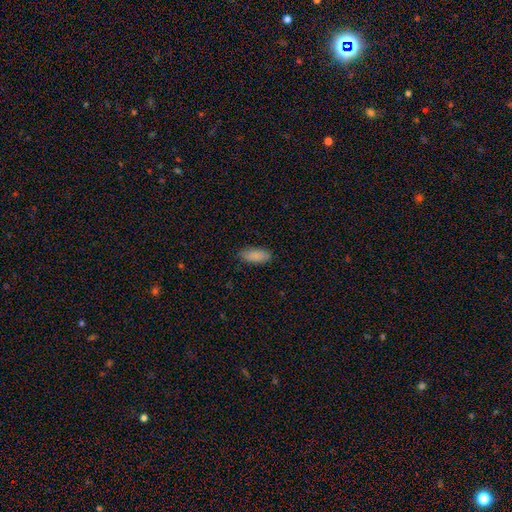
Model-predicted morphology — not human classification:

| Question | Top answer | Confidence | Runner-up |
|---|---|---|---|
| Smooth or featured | smooth | 87% | star or artifact (7%) |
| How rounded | in between | 84% | cigar-shaped (14%) |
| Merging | none | 85% | minor disturbance (11%) |